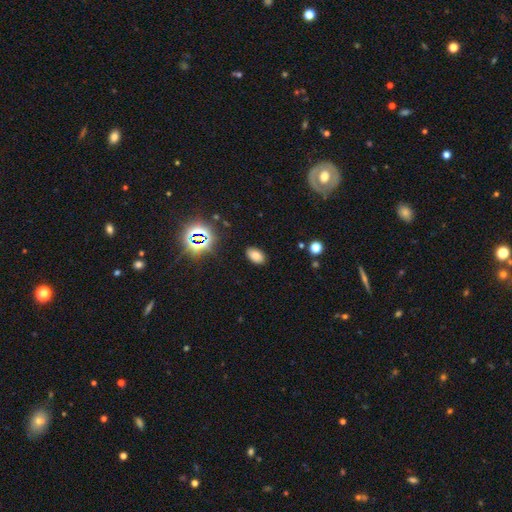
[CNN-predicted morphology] Overall: smooth (73%). How rounded: in between (91%). Merging: none (87%).